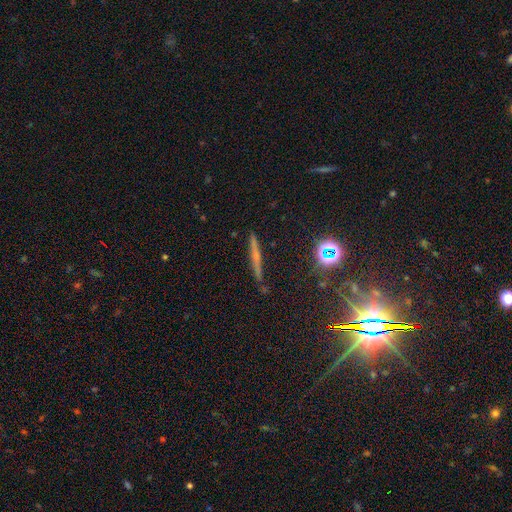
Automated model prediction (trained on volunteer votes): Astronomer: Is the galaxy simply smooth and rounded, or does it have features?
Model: featured or disk — 48% (runner-up: smooth, 33%).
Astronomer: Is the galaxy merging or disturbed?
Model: none — 86%.